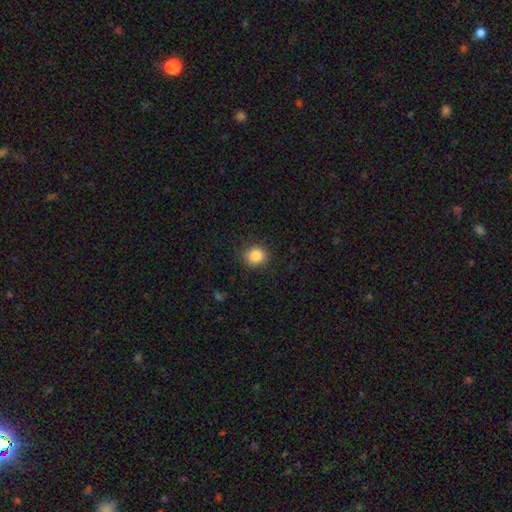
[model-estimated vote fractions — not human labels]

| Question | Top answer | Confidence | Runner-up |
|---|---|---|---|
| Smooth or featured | smooth | 85% | star or artifact (10%) |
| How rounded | round | 85% | in between (14%) |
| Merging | none | 90% | minor disturbance (7%) |